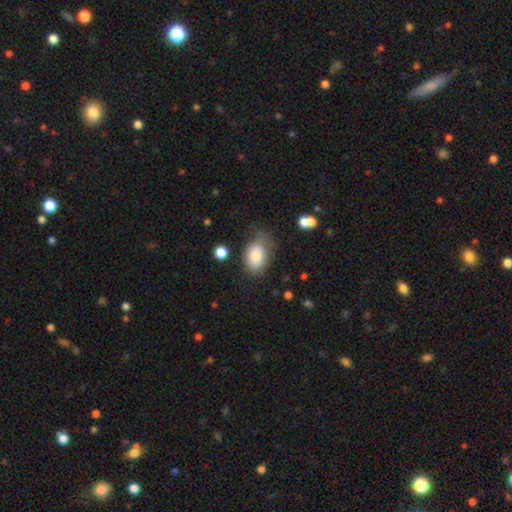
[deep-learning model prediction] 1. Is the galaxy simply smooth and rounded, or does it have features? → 79% smooth, 13% featured or disk, 8% star or artifact.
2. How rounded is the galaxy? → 81% in between, 18% round, 1% cigar-shaped.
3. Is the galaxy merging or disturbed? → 52% none, 30% minor disturbance, 14% major disturbance, 4% merger.